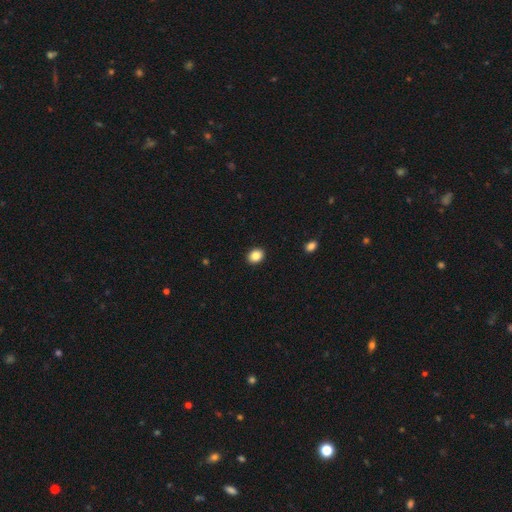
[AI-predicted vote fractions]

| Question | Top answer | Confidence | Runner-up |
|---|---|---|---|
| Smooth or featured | smooth | 86% | star or artifact (9%) |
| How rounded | in between | 50% | round (49%) |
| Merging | none | 92% | minor disturbance (6%) |